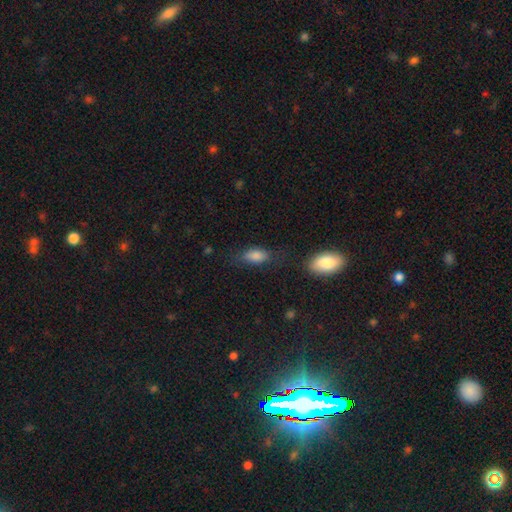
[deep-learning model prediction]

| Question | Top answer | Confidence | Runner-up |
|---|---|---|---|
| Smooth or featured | smooth | 83% | star or artifact (9%) |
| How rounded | in between | 87% | cigar-shaped (8%) |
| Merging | none | 65% | minor disturbance (23%) |